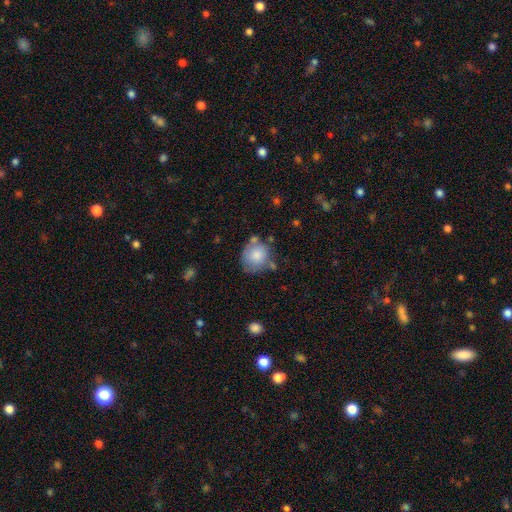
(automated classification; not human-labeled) Overall: smooth (78%). How rounded: round (77%). Merging: none (62%; minor disturbance 23%).